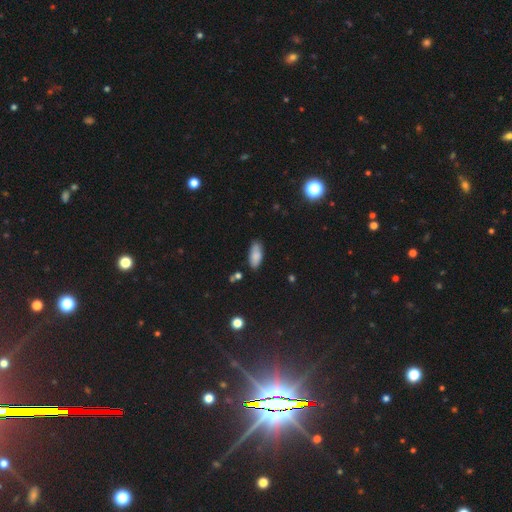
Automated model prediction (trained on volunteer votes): Smooth or featured? Predicted: smooth (p=0.84). How rounded? Predicted: in between (p=0.84). Merging? Predicted: none (p=0.78).